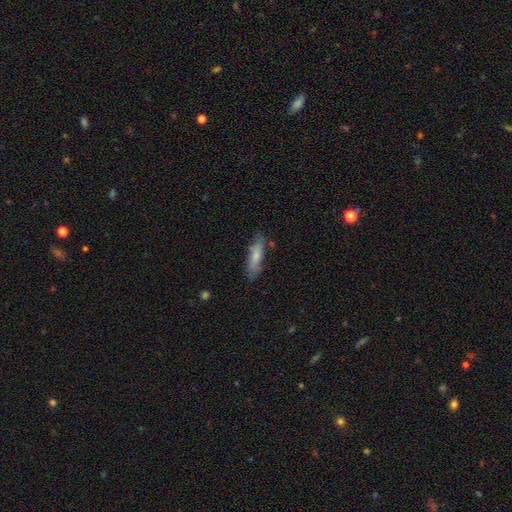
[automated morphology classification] smooth 75%, featured or disk 19%, star or artifact 6%. Down the decision tree: how rounded — cigar-shaped (64%); merging — none (77%).